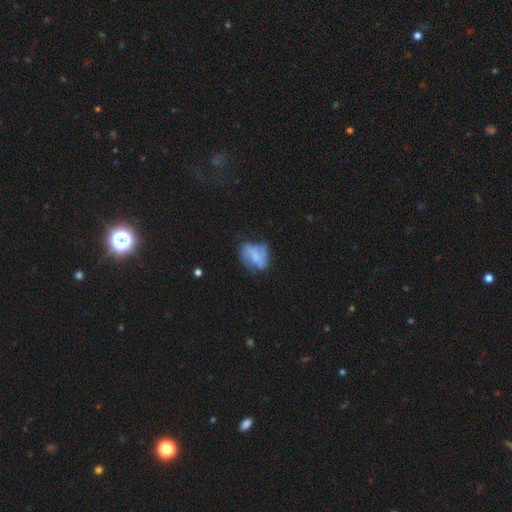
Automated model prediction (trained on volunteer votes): Q: Smooth or featured?
A: smooth (46%); runner-up: featured or disk (45%)
Q: Merging?
A: none (42%); runner-up: minor disturbance (30%)